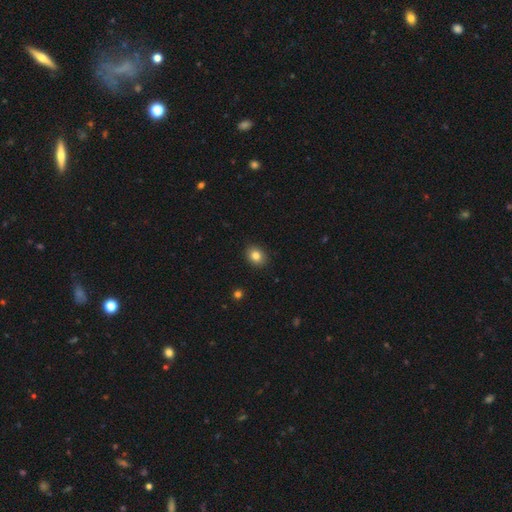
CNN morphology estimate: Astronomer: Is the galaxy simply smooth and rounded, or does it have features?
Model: smooth — 84%.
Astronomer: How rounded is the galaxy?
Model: round — 53% (runner-up: in between, 46%).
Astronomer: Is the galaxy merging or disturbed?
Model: none — 90%.